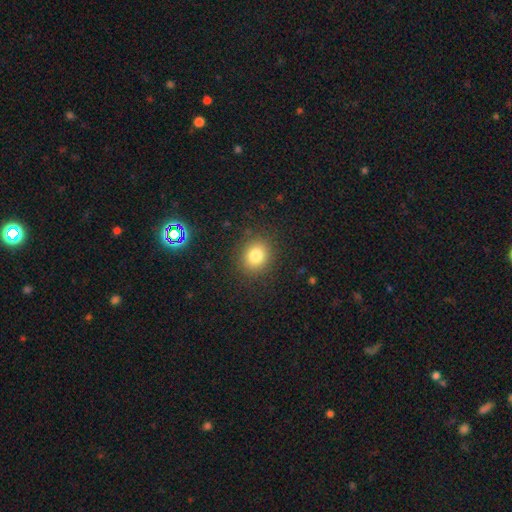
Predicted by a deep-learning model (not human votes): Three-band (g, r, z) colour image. It shows a smooth galaxy with no disk features (80%) that is round (73%). Merging: none (87%).